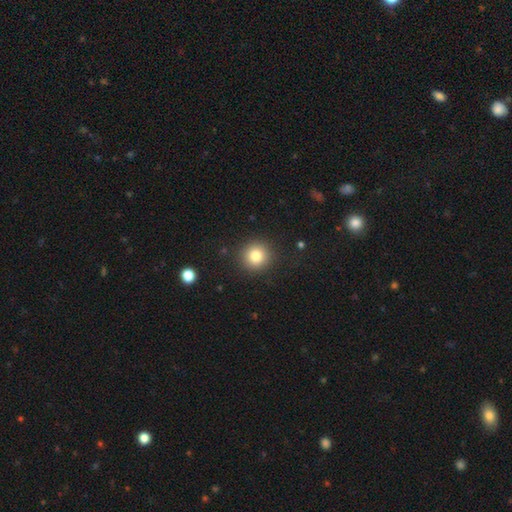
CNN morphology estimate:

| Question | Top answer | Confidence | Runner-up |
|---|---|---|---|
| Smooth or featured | smooth | 82% | star or artifact (11%) |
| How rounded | round | 93% | in between (6%) |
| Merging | none | 90% | minor disturbance (6%) |